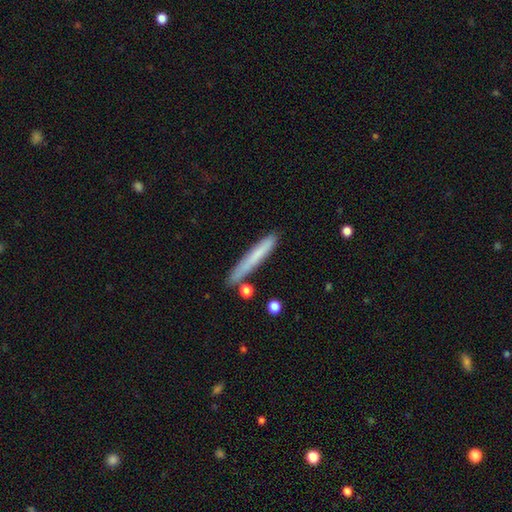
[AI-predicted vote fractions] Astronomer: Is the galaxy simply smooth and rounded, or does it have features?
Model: smooth — 68%.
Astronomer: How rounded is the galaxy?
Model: cigar-shaped — 95%.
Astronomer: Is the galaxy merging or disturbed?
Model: none — 81%.